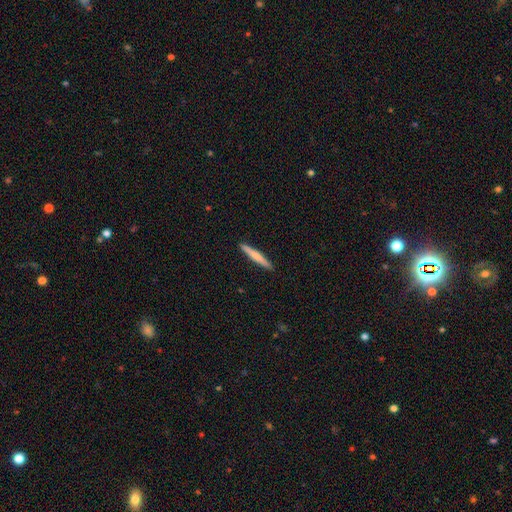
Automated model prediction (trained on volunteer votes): Overall: smooth (56%; featured or disk 39%). How rounded: cigar-shaped (95%). Merging: none (92%).